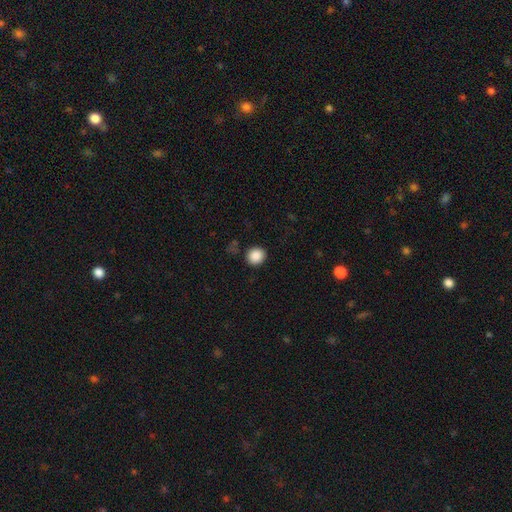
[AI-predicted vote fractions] Smooth or featured? Predicted: smooth (p=0.88). How rounded? Predicted: round (p=0.86). Merging? Predicted: none (p=0.89).